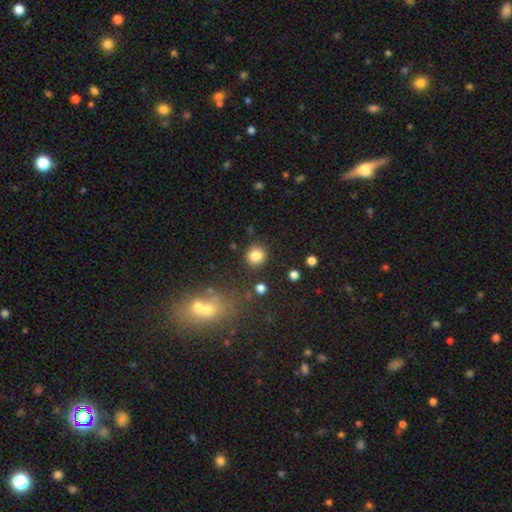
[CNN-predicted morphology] Smooth or featured?
  - smooth: 83% *
  - star or artifact: 12%
  - featured or disk: 5%
How rounded?
  - round: 90% *
  - in between: 9%
  - cigar-shaped: 1%
Merging?
  - none: 86% *
  - minor disturbance: 7%
  - merger: 3%
  - major disturbance: 3%